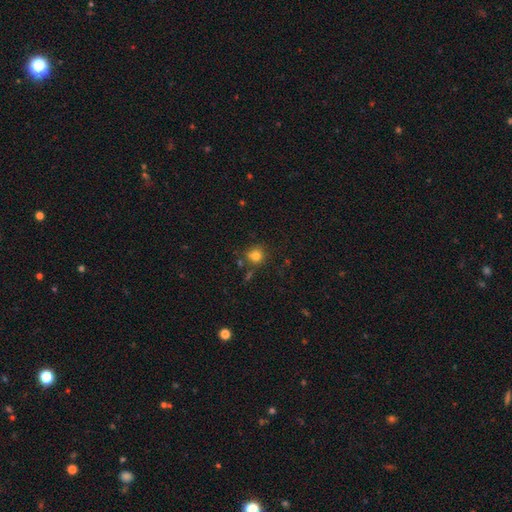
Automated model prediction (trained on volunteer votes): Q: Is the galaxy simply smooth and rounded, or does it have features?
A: smooth — 79%.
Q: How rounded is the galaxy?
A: round — 88%.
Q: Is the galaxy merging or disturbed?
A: none — 73%.